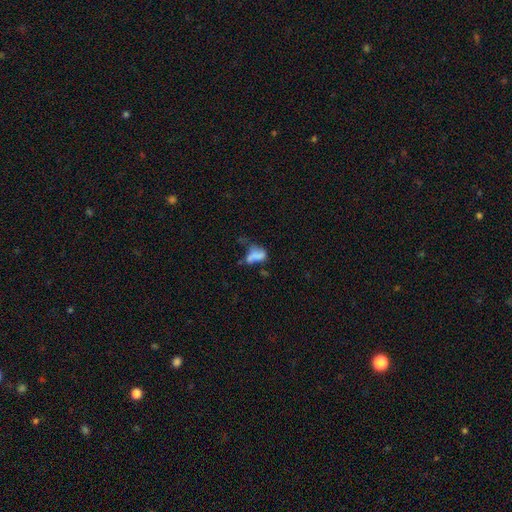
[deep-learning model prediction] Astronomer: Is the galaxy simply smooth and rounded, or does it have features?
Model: smooth — 59%.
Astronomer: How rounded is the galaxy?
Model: in between — 83%.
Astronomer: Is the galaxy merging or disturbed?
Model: major disturbance — 32% (runner-up: merger, 26%).